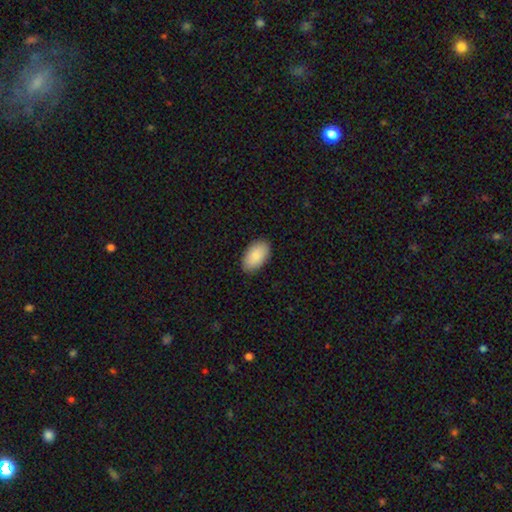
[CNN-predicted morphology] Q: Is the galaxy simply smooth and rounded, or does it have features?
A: smooth — 88%.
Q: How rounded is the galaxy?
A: in between — 95%.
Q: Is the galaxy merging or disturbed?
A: none — 88%.